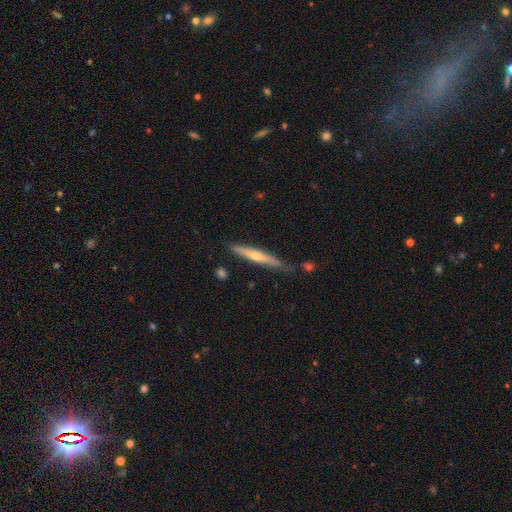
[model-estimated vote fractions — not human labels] This is possibly a featured or disk galaxy (56%). It is clearly viewed edge-on (94%). Edge-on bulge: likely rounded (78%). Merging: likely none (74%).